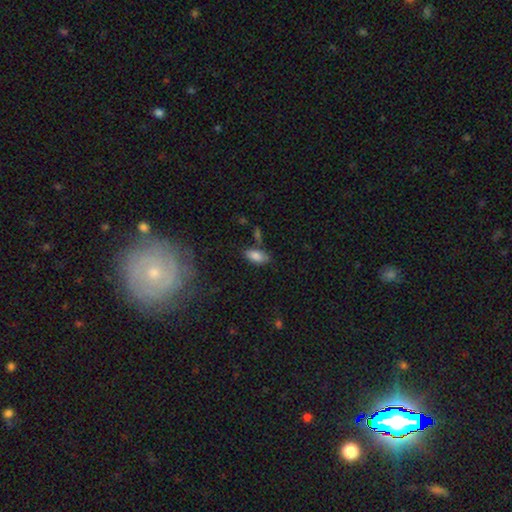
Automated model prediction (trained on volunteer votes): smooth_or_featured: smooth (p=0.85) [alt: star or artifact p=0.07]
how_rounded: in between (p=0.91) [alt: cigar-shaped p=0.06]
merging: none (p=0.70) [alt: minor disturbance p=0.17]